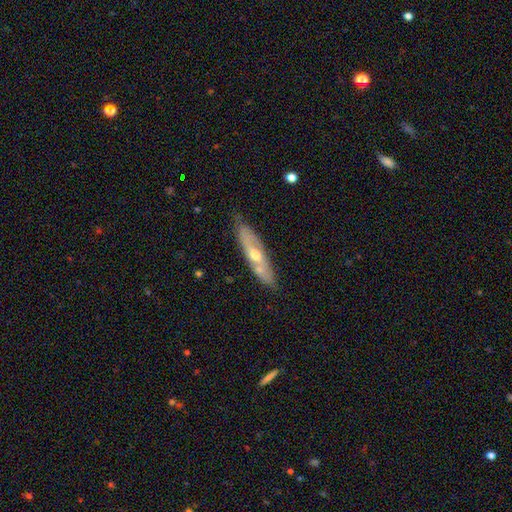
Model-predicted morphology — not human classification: Q: Smooth or featured?
A: featured or disk (61%); runner-up: smooth (32%)
Q: Edge-on disk?
A: no (57%); runner-up: yes (43%)
Q: Merging?
A: none (76%); runner-up: minor disturbance (16%)